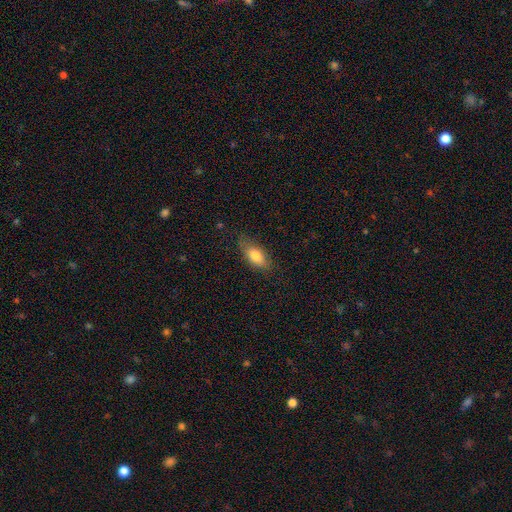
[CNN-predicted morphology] The model was most divided on "merging": none: 75%, minor disturbance: 19%, major disturbance: 4%, merger: 1%. More confident: how rounded — in between (79%); smooth or featured — smooth (75%).